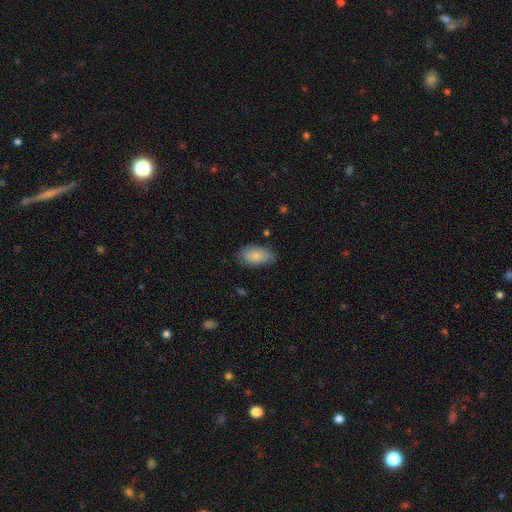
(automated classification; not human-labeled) The model was most divided on "merging": none: 73%, minor disturbance: 21%, major disturbance: 4%, merger: 1%. More confident: how rounded — in between (93%); smooth or featured — smooth (85%).